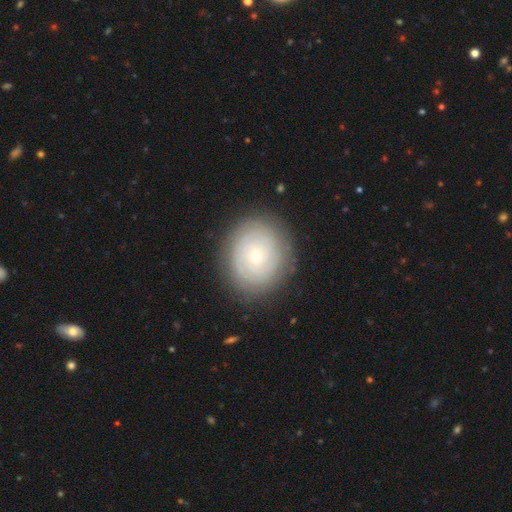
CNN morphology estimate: Smooth or featured? Predicted: featured or disk (p=0.53). Edge-on disk? Predicted: no (p=0.97). Bar? Predicted: no (p=0.84). Spiral arms? Predicted: yes (p=0.66). Bulge size? Predicted: small (p=0.75). Merging? Predicted: none (p=0.85).